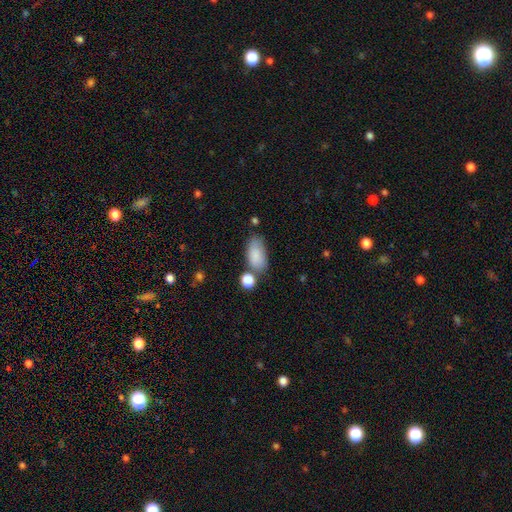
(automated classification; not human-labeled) Morphology: type=smooth (84%); roundness=in between (92%); merging=none (58%).